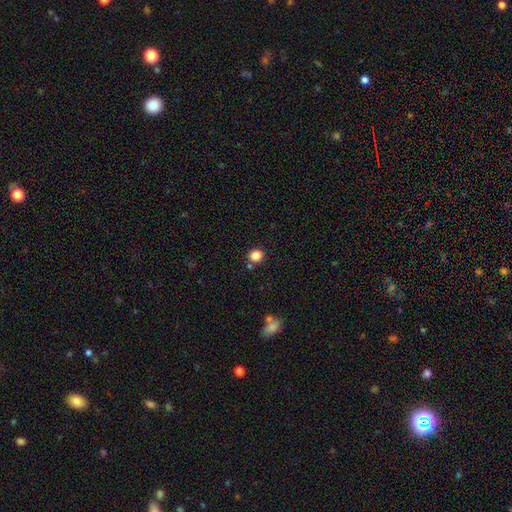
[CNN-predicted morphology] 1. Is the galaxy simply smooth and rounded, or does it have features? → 85% smooth, 11% star or artifact, 4% featured or disk.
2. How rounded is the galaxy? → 87% round, 12% in between, 1% cigar-shaped.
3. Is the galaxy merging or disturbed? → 80% none, 8% minor disturbance, 8% merger, 3% major disturbance.